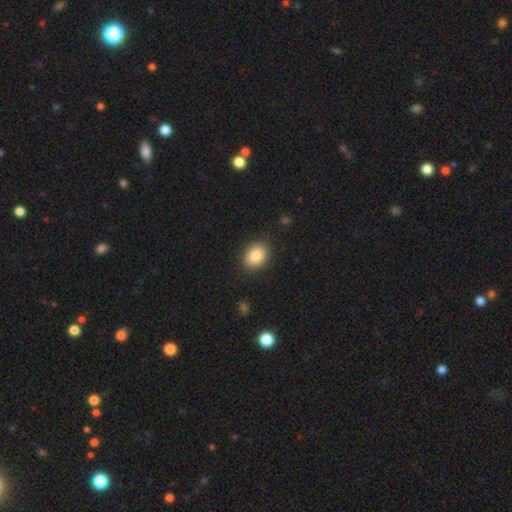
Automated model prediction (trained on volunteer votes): Smooth or featured: smooth — 85% (star or artifact — 8%)
How rounded: in between — 64% (round — 35%)
Merging: none — 86% (minor disturbance — 10%)